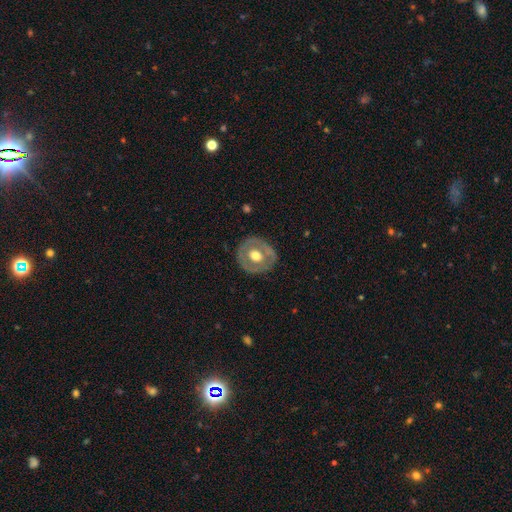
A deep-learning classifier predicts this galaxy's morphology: Smooth or featured? Predicted: featured or disk (p=0.55). Edge-on disk? Predicted: no (p=0.94). Bar? Predicted: no (p=0.80). Spiral arms? Predicted: no (p=0.86). Bulge size? Predicted: moderate (p=0.68). Merging? Predicted: none (p=0.82).